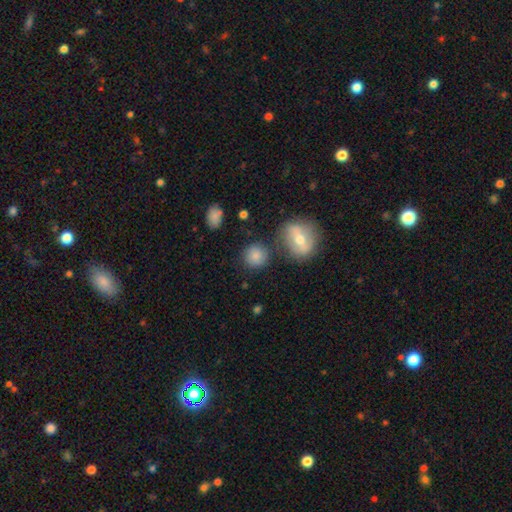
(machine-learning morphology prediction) A smooth galaxy with no disk features (81%) that is round (88%).

Vote fractions:
- Smooth or featured? smooth: 81% / featured or disk: 9% / star or artifact: 9%
- How rounded? round: 88% / in between: 11% / cigar-shaped: 1%
- Merging? none: 76% / minor disturbance: 12% / merger: 8% / major disturbance: 4%